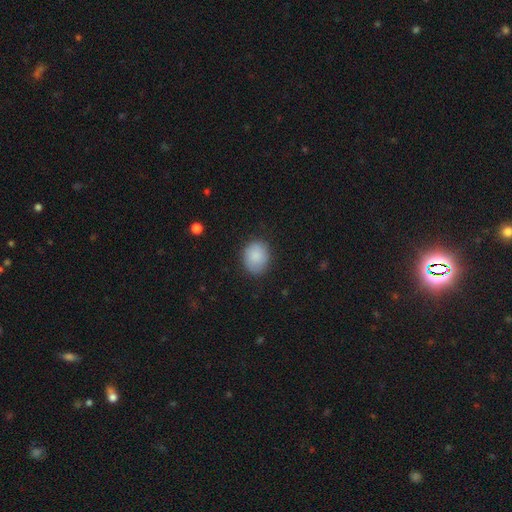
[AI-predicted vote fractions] smooth 87%, star or artifact 7%, featured or disk 6%. Down the decision tree: how rounded — round (56%); merging — none (80%).